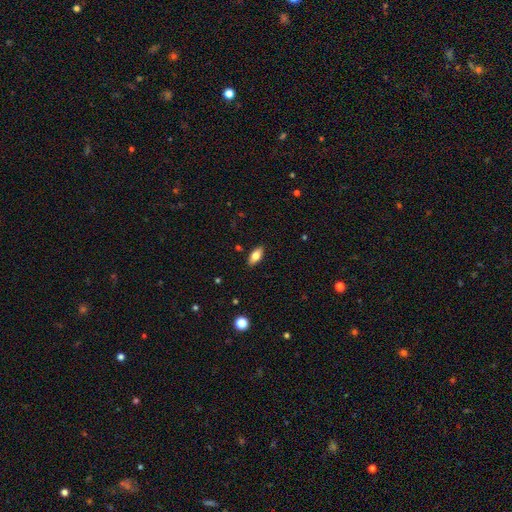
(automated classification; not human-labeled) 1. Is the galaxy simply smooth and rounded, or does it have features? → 77% smooth, 16% featured or disk, 7% star or artifact.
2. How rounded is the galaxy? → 86% in between, 11% cigar-shaped, 3% round.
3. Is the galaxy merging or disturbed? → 88% none, 9% minor disturbance, 2% major disturbance, 1% merger.